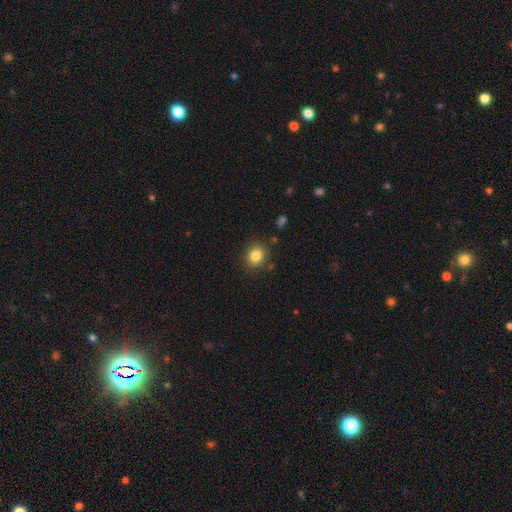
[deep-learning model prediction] Q: Smooth or featured?
A: smooth (84%); runner-up: star or artifact (10%)
Q: How rounded?
A: round (62%); runner-up: in between (37%)
Q: Merging?
A: none (85%); runner-up: minor disturbance (10%)